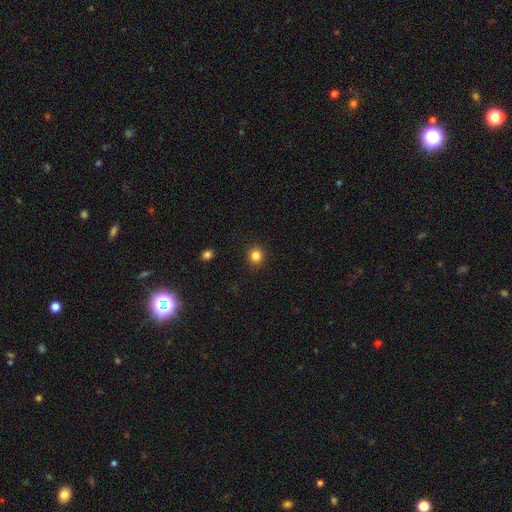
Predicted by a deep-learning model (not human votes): A smooth galaxy with no disk features (84%) that is round (92%).

Vote fractions:
- Smooth or featured? smooth: 84% / star or artifact: 12% / featured or disk: 4%
- How rounded? round: 92% / in between: 7% / cigar-shaped: 1%
- Merging? none: 92% / minor disturbance: 5% / major disturbance: 2% / merger: 1%